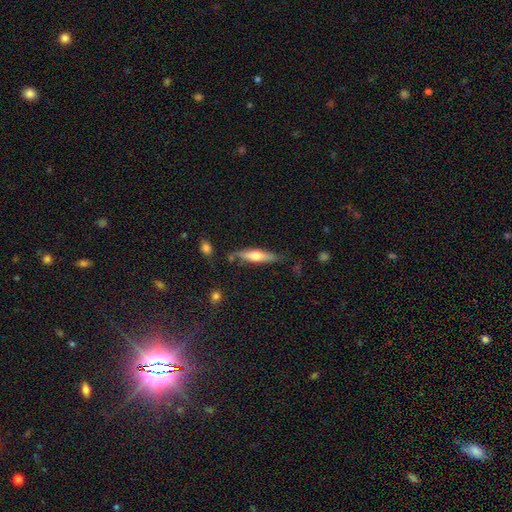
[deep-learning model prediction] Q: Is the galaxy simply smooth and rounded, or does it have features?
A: smooth — 50%.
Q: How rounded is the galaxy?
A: cigar-shaped — 78%.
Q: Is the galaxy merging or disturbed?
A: none — 75%.